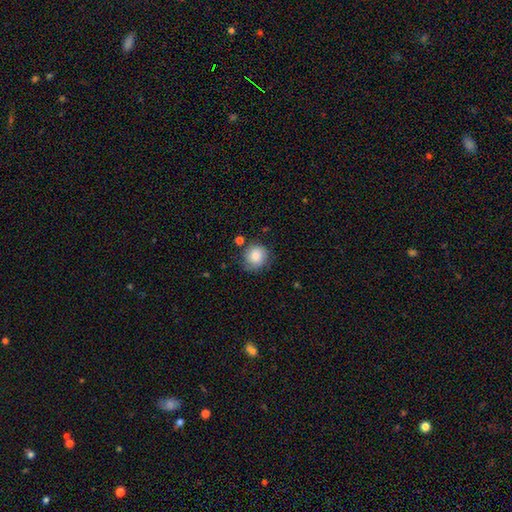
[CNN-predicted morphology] Q: Smooth or featured?
A: smooth (84%); runner-up: star or artifact (8%)
Q: How rounded?
A: round (89%); runner-up: in between (10%)
Q: Merging?
A: none (74%); runner-up: minor disturbance (17%)